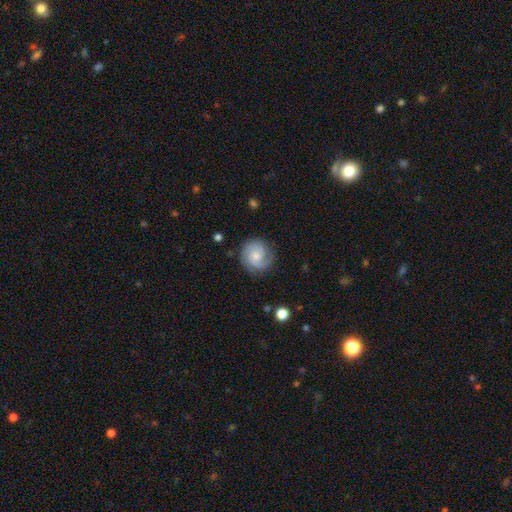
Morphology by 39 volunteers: smooth-or-featured: featured or disk: 82% | smooth: 10% | star or artifact: 8%
  disk-edge-on: no: 97% | yes: 3%
    bar: no: 77% | weak: 23% | strong: 0%
    has-spiral-arms: yes: 94% | no: 6%
      spiral-winding: tight: 62% | medium: 34% | loose: 3%
      spiral-arm-count: 2: 55% | can't tell: 21% | 3: 10% | 4: 7% | 1: 3% | more than 4: 3%
    bulge-size: small: 58% | moderate: 35% | none: 6% | dominant: 0% | large: 0%
  merging: none: 78% | minor disturbance: 22% | major disturbance: 0% | merger: 0%